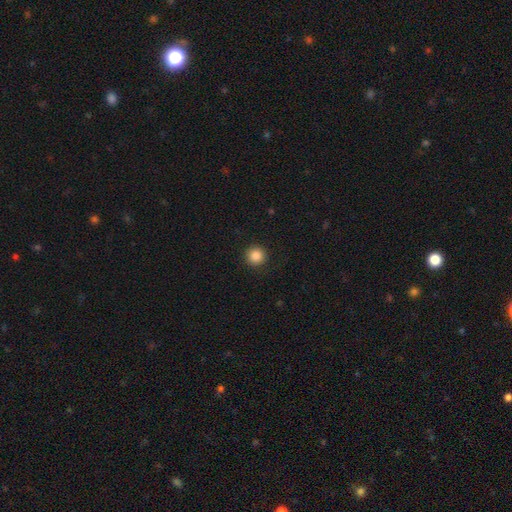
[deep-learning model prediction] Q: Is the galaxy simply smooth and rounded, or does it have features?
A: smooth — 87%.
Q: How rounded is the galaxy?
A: round — 95%.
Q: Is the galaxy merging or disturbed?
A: none — 92%.